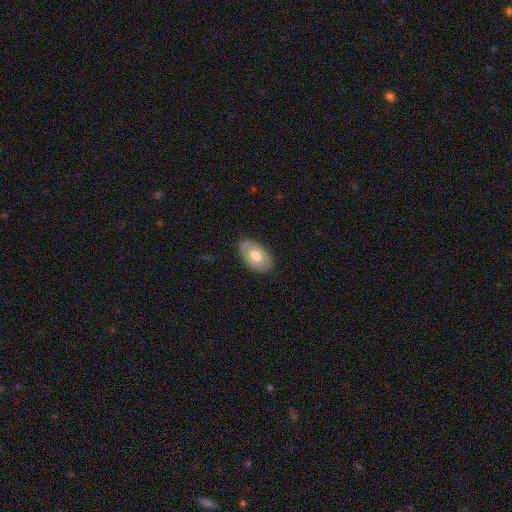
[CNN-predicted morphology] Overall: smooth (58%; featured or disk 36%). How rounded: in between (91%). Merging: none (84%).